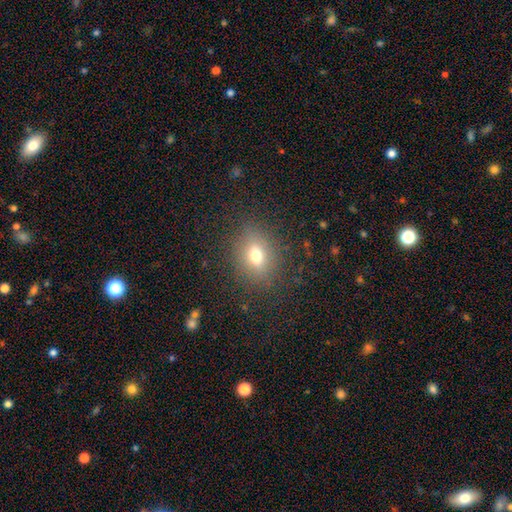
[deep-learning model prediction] Smooth or featured? smooth (69%)
How rounded? in between (56%)
Merging? none (84%)